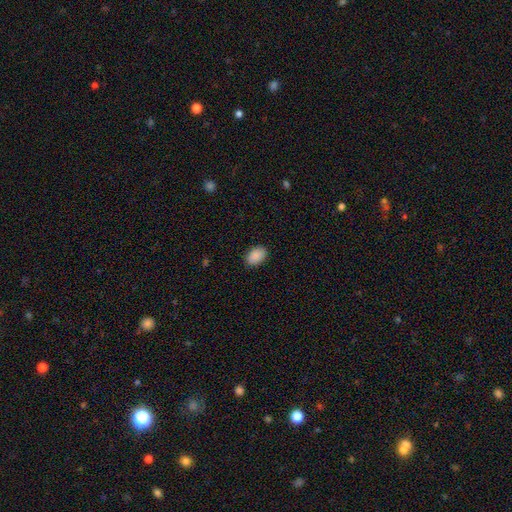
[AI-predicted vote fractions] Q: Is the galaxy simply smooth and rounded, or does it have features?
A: smooth — 90%.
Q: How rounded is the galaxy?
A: in between — 86%.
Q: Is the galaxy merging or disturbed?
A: none — 88%.